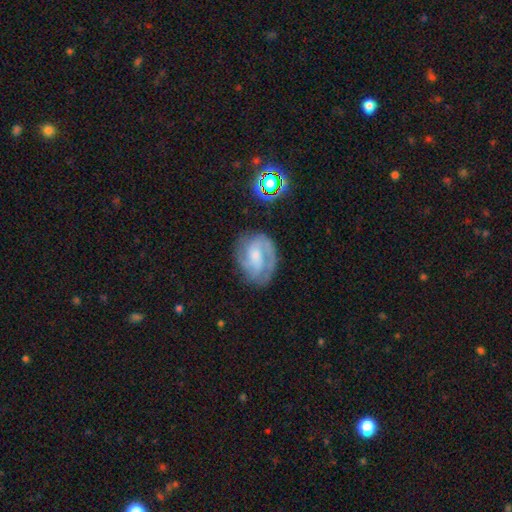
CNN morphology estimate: Q: Smooth or featured?
A: featured or disk (75%); runner-up: smooth (17%)
Q: Edge-on disk?
A: no (97%); runner-up: yes (3%)
Q: Bar?
A: weak (45%); runner-up: no (43%)
Q: Spiral arms?
A: yes (93%); runner-up: no (7%)
Q: Spiral winding?
A: tight (45%); runner-up: medium (42%)
Q: Spiral arm count?
A: 2 (52%); runner-up: can't tell (19%)
Q: Bulge size?
A: small (43%); runner-up: moderate (35%)
Q: Merging?
A: none (69%); runner-up: minor disturbance (19%)